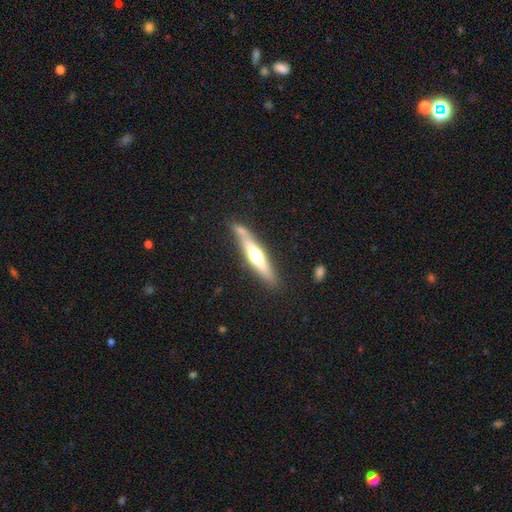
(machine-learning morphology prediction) This is possibly a featured or disk galaxy (57%). It is clearly viewed edge-on (93%). Edge-on bulge: clearly rounded (86%). Merging: likely none (75%).